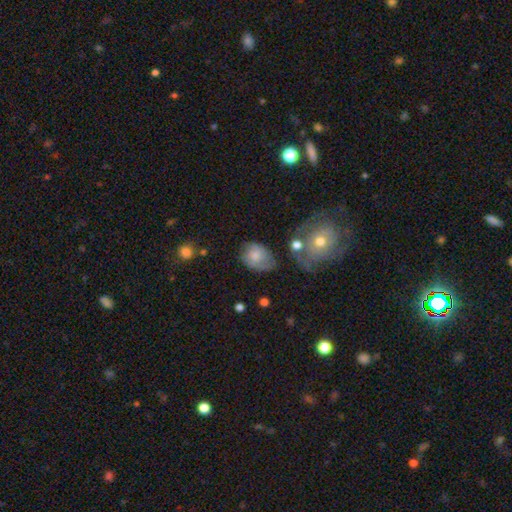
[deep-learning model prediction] Smooth or featured? smooth (68%)
How rounded? in between (70%)
Merging? none (47%)